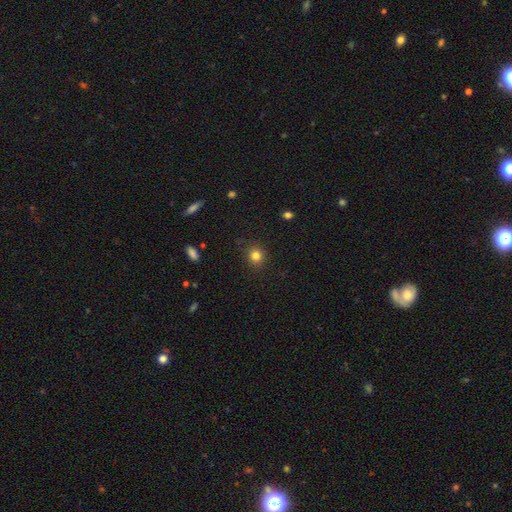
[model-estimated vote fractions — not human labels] Smooth or featured?
  - smooth: 82% *
  - star or artifact: 13%
  - featured or disk: 5%
How rounded?
  - round: 86% *
  - in between: 13%
  - cigar-shaped: 1%
Merging?
  - none: 89% *
  - minor disturbance: 7%
  - major disturbance: 2%
  - merger: 1%